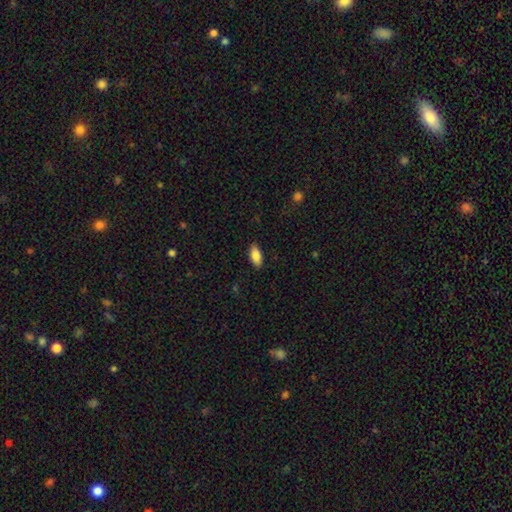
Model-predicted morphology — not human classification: A smooth galaxy with no disk features (84%) that is in between round and cigar-shaped (89%). Merging: none (87%).